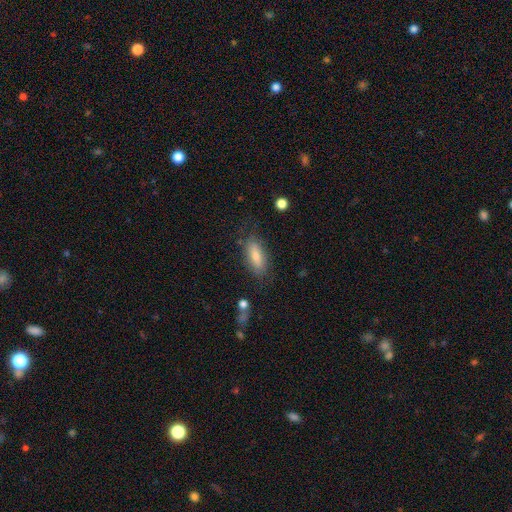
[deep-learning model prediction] The model was most divided on "how rounded": in between: 72%, cigar-shaped: 25%, round: 2%. More confident: merging — none (76%); smooth or featured — smooth (74%).